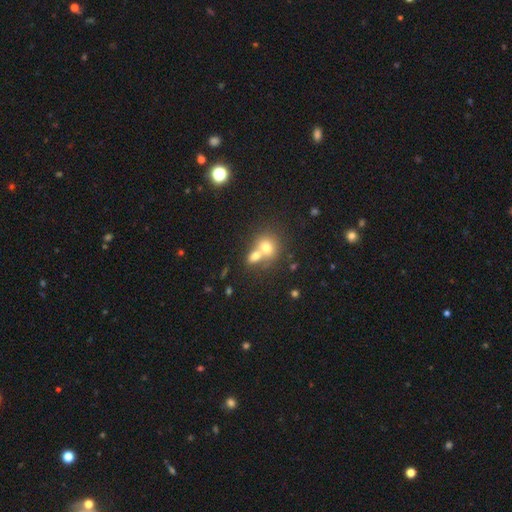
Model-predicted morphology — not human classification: Smooth or featured?
  - smooth: 71% *
  - featured or disk: 17%
  - star or artifact: 12%
How rounded?
  - round: 57% *
  - in between: 42%
  - cigar-shaped: 1%
Merging?
  - merger: 65% *
  - none: 26%
  - minor disturbance: 6%
  - major disturbance: 3%